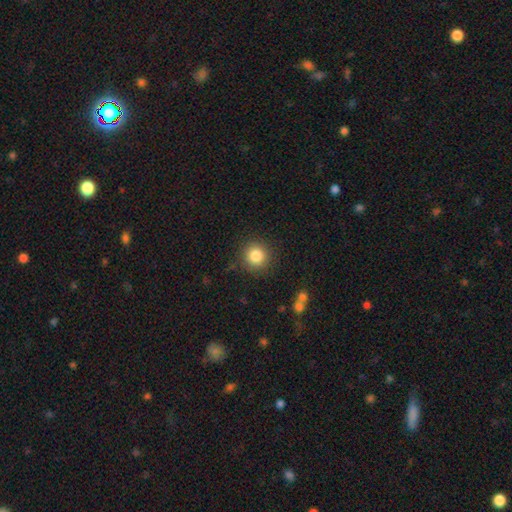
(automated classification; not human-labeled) The model was most divided on "smooth or featured": smooth: 84%, star or artifact: 10%, featured or disk: 6%. More confident: how rounded — round (94%); merging — none (88%).